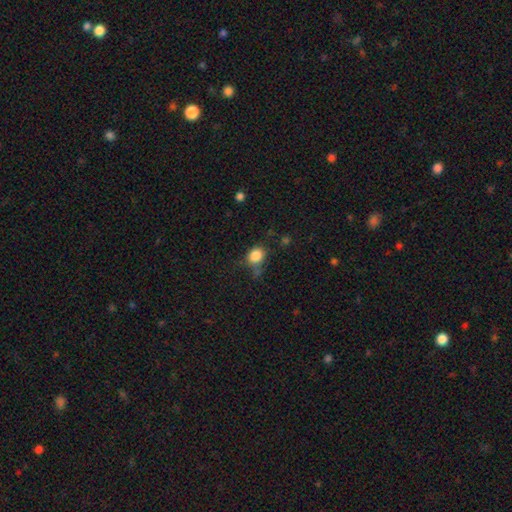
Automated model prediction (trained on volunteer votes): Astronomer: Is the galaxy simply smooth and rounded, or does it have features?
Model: smooth — 84%.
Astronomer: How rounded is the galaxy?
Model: round — 60% (runner-up: in between, 39%).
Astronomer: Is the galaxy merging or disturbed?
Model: none — 62%.